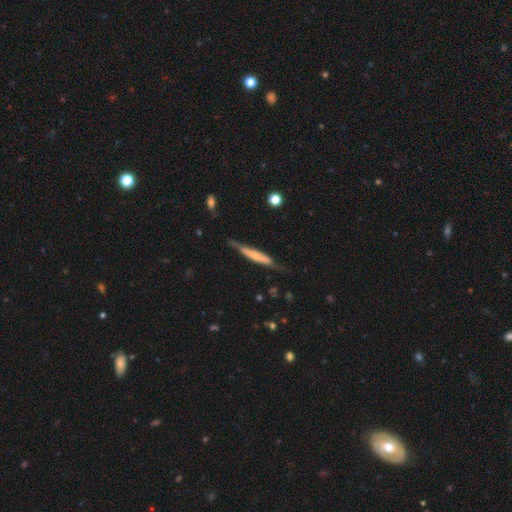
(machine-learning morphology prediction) Q: Smooth or featured?
A: featured or disk (50%); runner-up: smooth (44%)
Q: Edge-on disk?
A: yes (87%); runner-up: no (13%)
Q: Merging?
A: none (64%); runner-up: minor disturbance (26%)